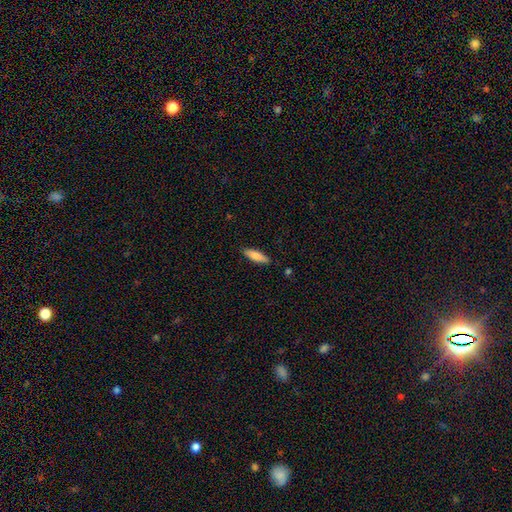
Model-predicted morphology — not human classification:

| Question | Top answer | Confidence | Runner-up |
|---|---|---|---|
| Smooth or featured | smooth | 82% | featured or disk (12%) |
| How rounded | cigar-shaped | 55% | in between (43%) |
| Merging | none | 86% | minor disturbance (11%) |